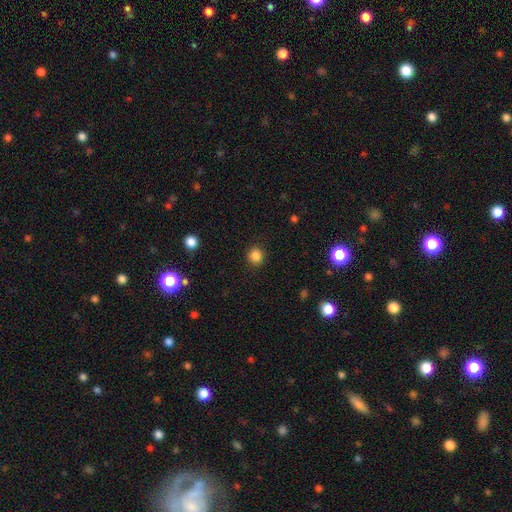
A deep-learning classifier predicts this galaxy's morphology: The model was most divided on "how rounded": round: 86%, in between: 13%, cigar-shaped: 1%. More confident: merging — none (89%); smooth or featured — smooth (85%).